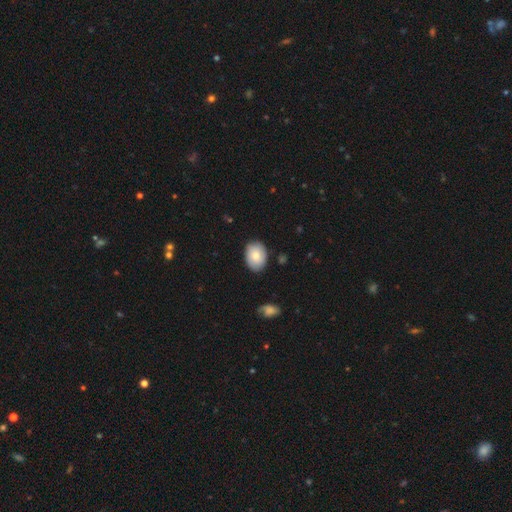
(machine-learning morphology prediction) smooth_or_featured: smooth (p=0.79) [alt: featured or disk p=0.14]
how_rounded: in between (p=0.73) [alt: round p=0.26]
merging: none (p=0.82) [alt: minor disturbance p=0.14]